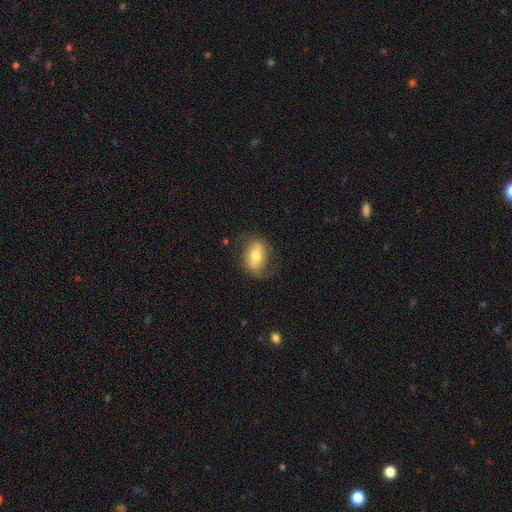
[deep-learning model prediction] Smooth or featured? Predicted: smooth (p=0.61). How rounded? Predicted: in between (p=0.83). Merging? Predicted: none (p=0.73).